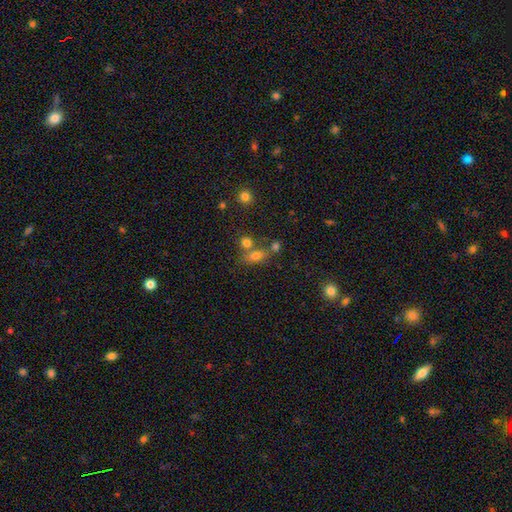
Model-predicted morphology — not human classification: type=smooth (69%); roundness=in between (61%); merging=none (49%).